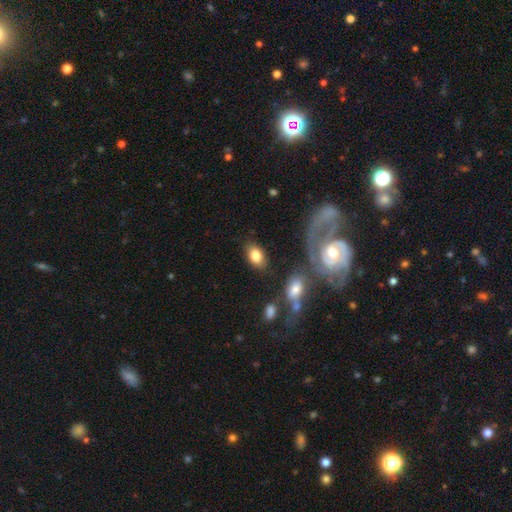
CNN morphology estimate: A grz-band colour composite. It shows a smooth galaxy with no disk features (82%) that is in between round and cigar-shaped (87%). Merging: none (78%).